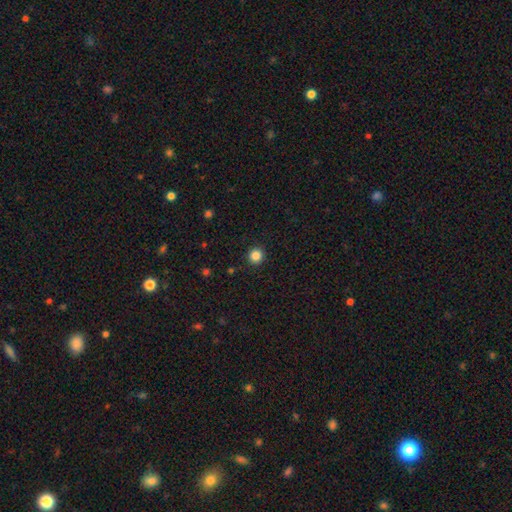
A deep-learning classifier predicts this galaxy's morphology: This is clearly a smooth galaxy (85%). How rounded: clearly round (93%). Merging: clearly none (92%).